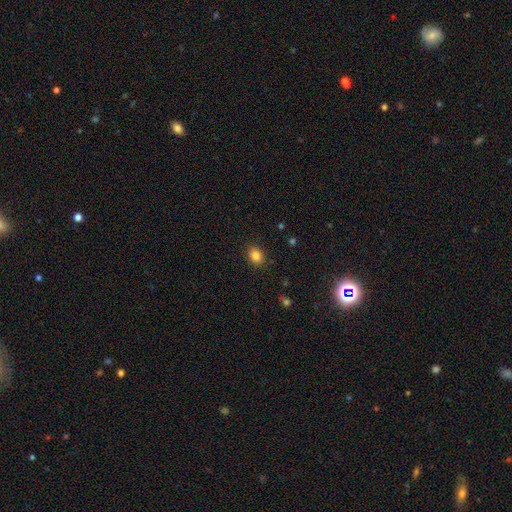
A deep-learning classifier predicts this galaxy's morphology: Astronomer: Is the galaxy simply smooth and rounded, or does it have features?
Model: smooth — 84%.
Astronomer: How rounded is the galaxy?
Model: in between — 57% (runner-up: round, 42%).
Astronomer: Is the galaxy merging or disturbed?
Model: none — 88%.